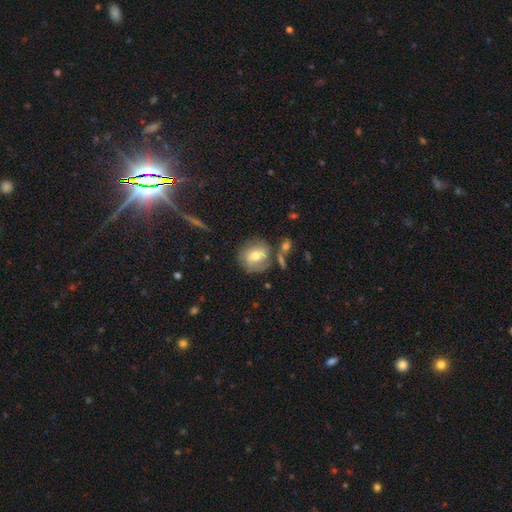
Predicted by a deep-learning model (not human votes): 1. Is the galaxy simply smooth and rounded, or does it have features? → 52% smooth, 40% featured or disk, 9% star or artifact.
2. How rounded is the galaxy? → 81% round, 18% in between, 1% cigar-shaped.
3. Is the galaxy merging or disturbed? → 69% none, 17% minor disturbance, 8% merger, 6% major disturbance.